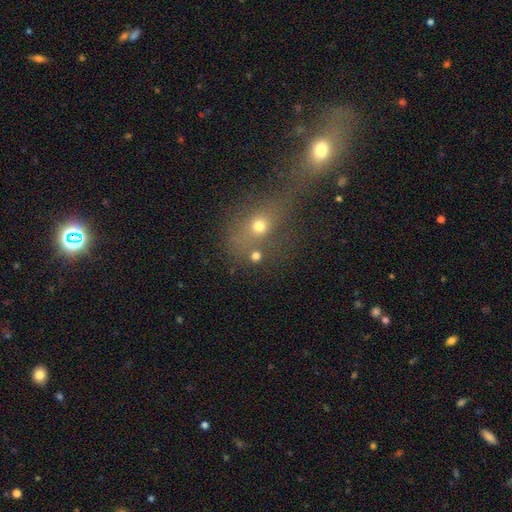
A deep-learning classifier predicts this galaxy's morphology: This appears to be a smooth galaxy with no disk features (64%) that is round (73%). Merging: none (55%).